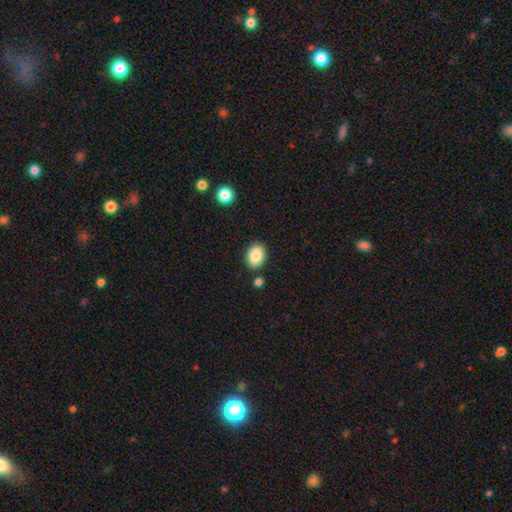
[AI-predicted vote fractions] A smooth galaxy with no disk features (86%) that is in between round and cigar-shaped (73%). Merging: none (85%).